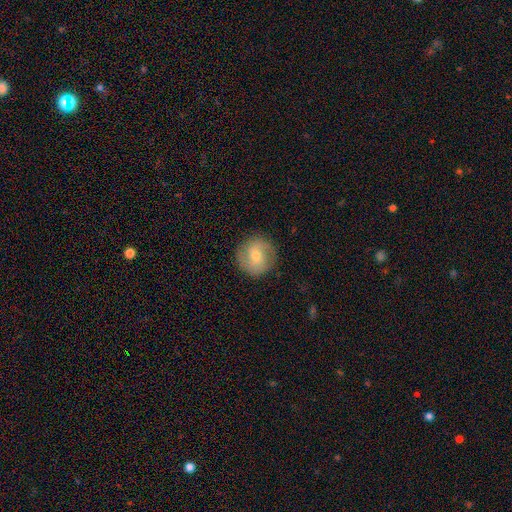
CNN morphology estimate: type=featured or disk (48%); merging=none (87%).